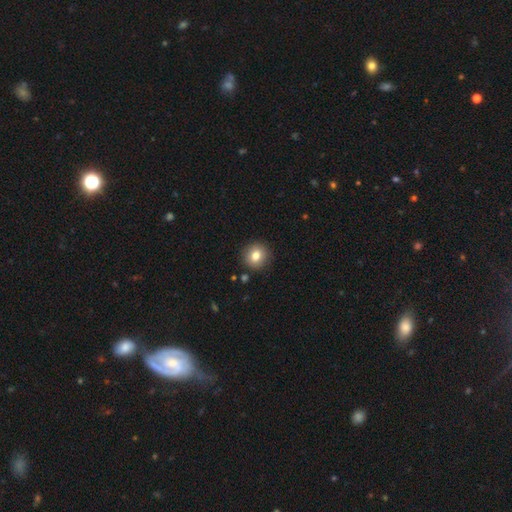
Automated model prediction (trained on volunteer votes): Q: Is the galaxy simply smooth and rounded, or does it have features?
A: smooth — 80%.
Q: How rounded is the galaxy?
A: round — 91%.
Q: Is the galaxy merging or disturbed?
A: none — 90%.